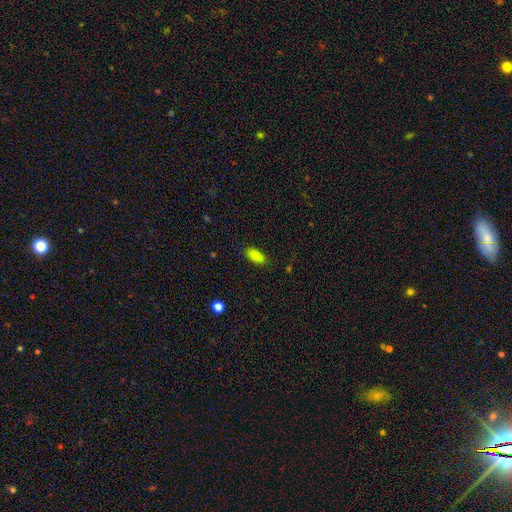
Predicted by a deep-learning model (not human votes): Smooth or featured: smooth — 87% (star or artifact — 9%)
How rounded: in between — 84% (cigar-shaped — 13%)
Merging: none — 85% (minor disturbance — 11%)